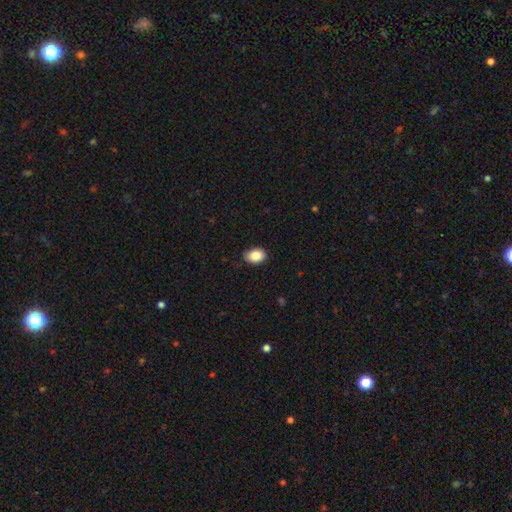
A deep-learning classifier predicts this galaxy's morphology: Smooth or featured?
  - smooth: 87% *
  - star or artifact: 8%
  - featured or disk: 5%
How rounded?
  - in between: 81% *
  - round: 18%
  - cigar-shaped: 1%
Merging?
  - none: 83% *
  - minor disturbance: 14%
  - major disturbance: 2%
  - merger: 1%